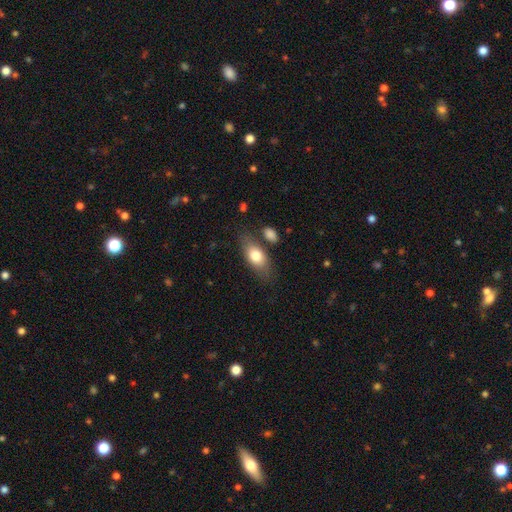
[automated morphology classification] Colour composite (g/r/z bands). It shows a smooth galaxy with no disk features (77%) that is in between round and cigar-shaped (83%). Merging: none (71%).